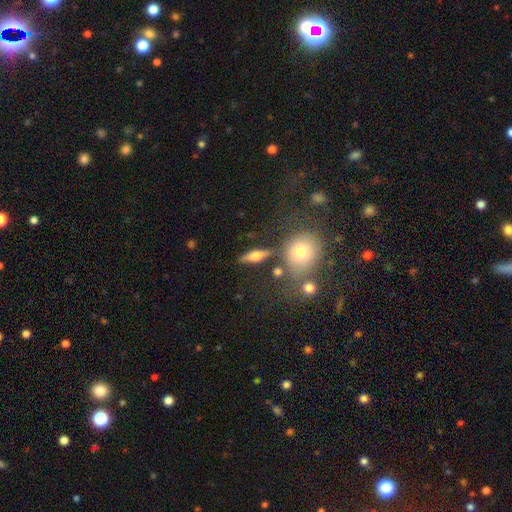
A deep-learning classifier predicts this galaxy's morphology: A featured or disk galaxy (55%) viewed edge-on (89%).

Vote fractions:
- Smooth or featured? featured or disk: 55% / smooth: 35% / star or artifact: 10%
- Edge-on disk? yes: 89% / no: 11%
- Merging? none: 77% / minor disturbance: 12% / merger: 6% / major disturbance: 5%